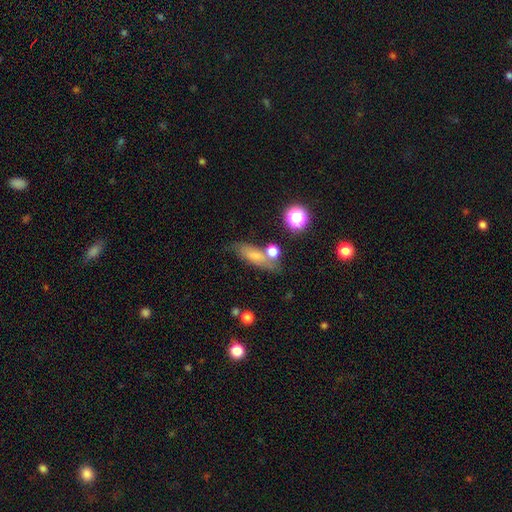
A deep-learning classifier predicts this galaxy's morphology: A smooth galaxy with no disk features (65%) that is in between round and cigar-shaped (59%). Merging: none (58%).